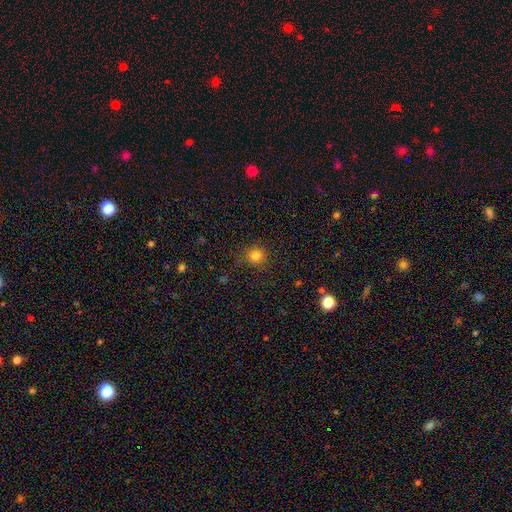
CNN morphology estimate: This is clearly a smooth galaxy (80%). How rounded: clearly round (90%). Merging: clearly none (84%).